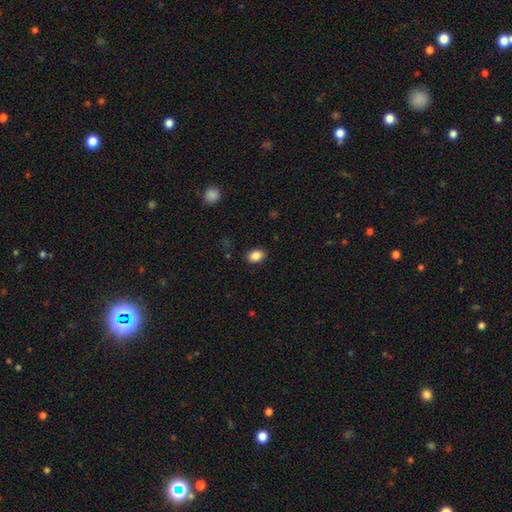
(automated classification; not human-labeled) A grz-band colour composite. It shows a smooth galaxy with no disk features (87%) that is in between round and cigar-shaped (77%). Merging: none (86%).